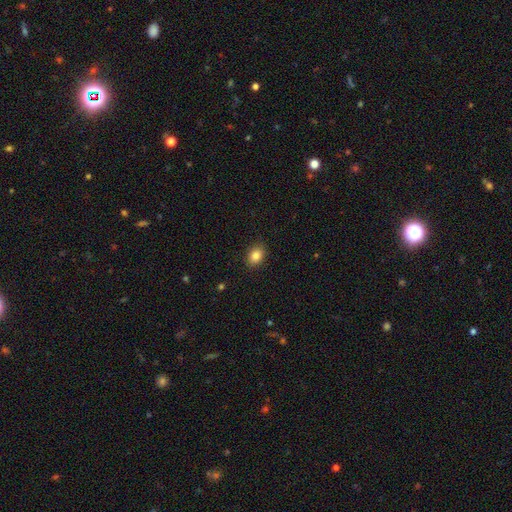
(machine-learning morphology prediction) Q: Smooth or featured?
A: smooth (86%); runner-up: star or artifact (9%)
Q: How rounded?
A: in between (69%); runner-up: round (30%)
Q: Merging?
A: none (88%); runner-up: minor disturbance (9%)